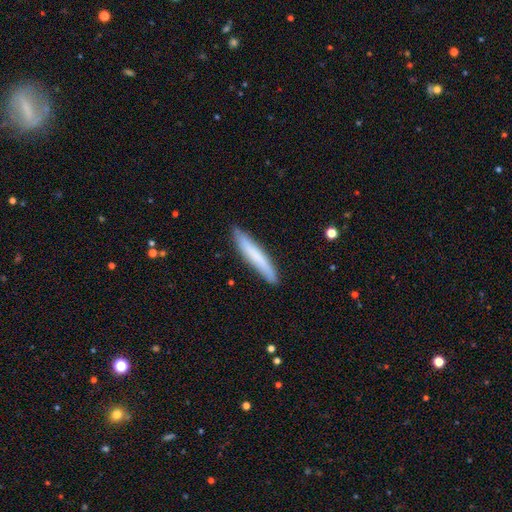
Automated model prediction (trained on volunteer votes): The model was most divided on "smooth or featured": smooth: 72%, featured or disk: 22%, star or artifact: 6%. More confident: how rounded — cigar-shaped (93%); merging — none (88%).